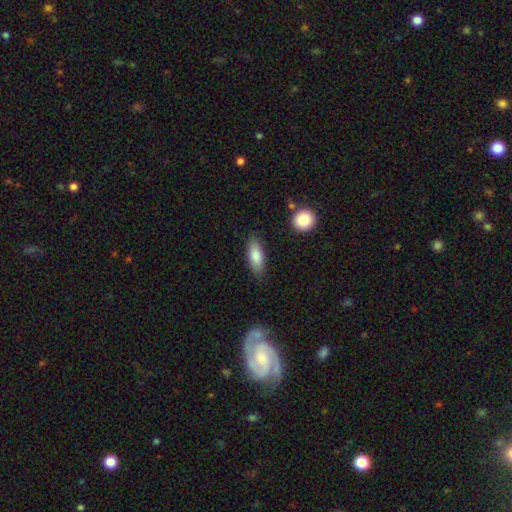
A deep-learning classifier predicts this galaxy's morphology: type=smooth (81%); roundness=in between (74%); merging=none (81%).